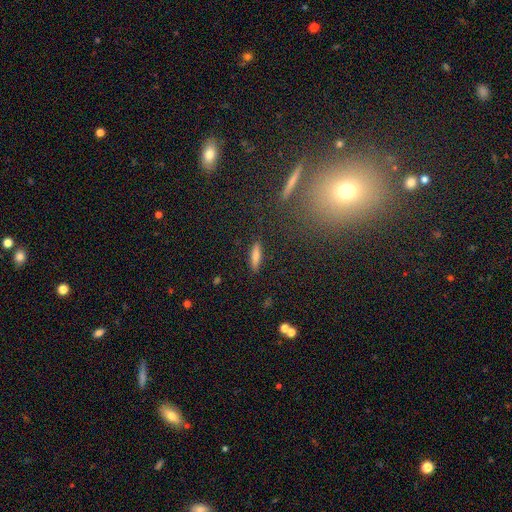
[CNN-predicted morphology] A smooth galaxy with no disk features (77%) that is cigar-shaped (72%).

Vote fractions:
- Smooth or featured? smooth: 77% / featured or disk: 15% / star or artifact: 8%
- How rounded? cigar-shaped: 72% / in between: 26% / round: 2%
- Merging? none: 88% / minor disturbance: 8% / major disturbance: 2% / merger: 1%